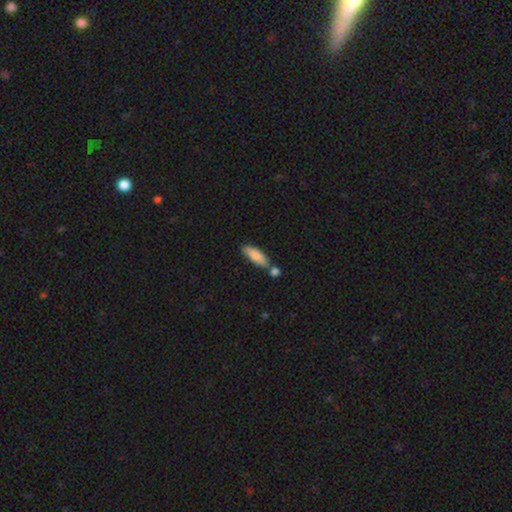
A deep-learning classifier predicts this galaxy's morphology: Smooth or featured? smooth (84%)
How rounded? in between (51%)
Merging? none (63%)